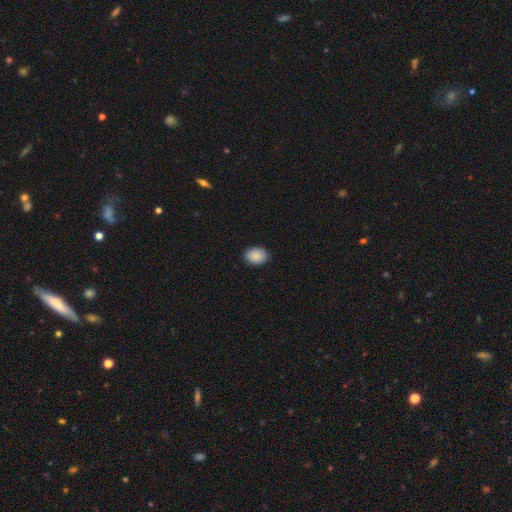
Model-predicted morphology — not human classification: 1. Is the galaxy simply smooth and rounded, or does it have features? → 89% smooth, 7% star or artifact, 4% featured or disk.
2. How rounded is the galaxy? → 65% in between, 34% round, 1% cigar-shaped.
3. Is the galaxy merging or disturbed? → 89% none, 8% minor disturbance, 2% major disturbance, 1% merger.